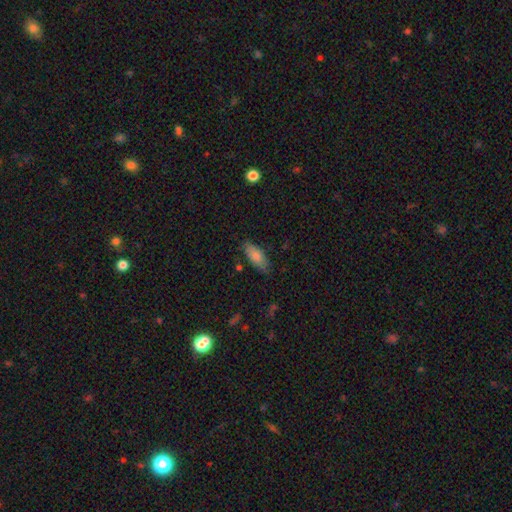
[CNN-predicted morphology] smooth_or_featured: smooth (p=0.82) [alt: featured or disk p=0.11]
how_rounded: in between (p=0.78) [alt: cigar-shaped p=0.20]
merging: none (p=0.76) [alt: minor disturbance p=0.18]